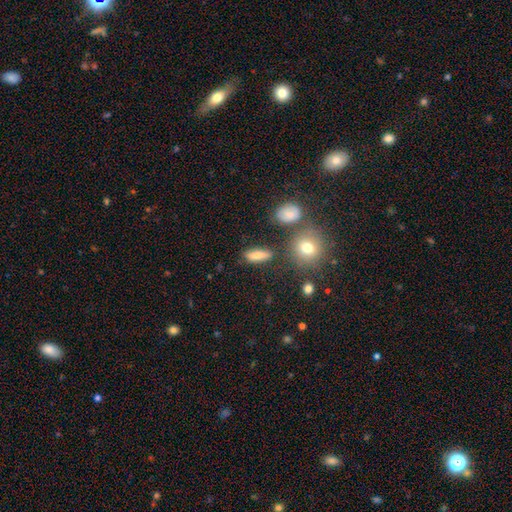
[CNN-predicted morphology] A smooth galaxy with no disk features (78%) that is in between round and cigar-shaped (53%). Merging: none (80%).